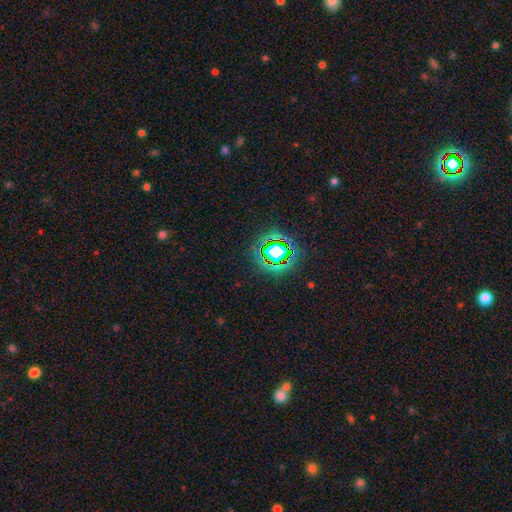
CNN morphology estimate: star or artifact 74%, smooth 18%, featured or disk 8%.